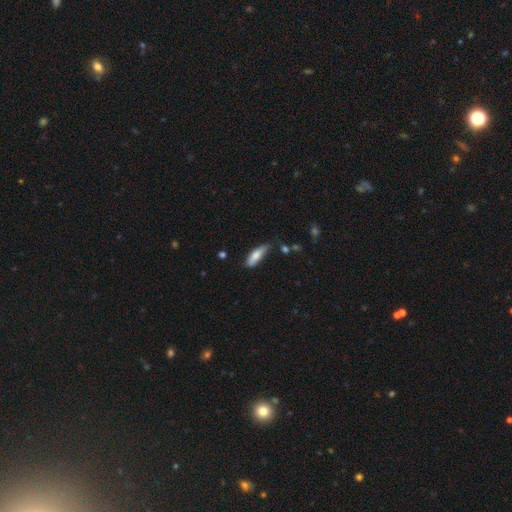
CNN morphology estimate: Smooth or featured? smooth (77%)
How rounded? in between (49%, tied with cigar-shaped)
Merging? none (59%)